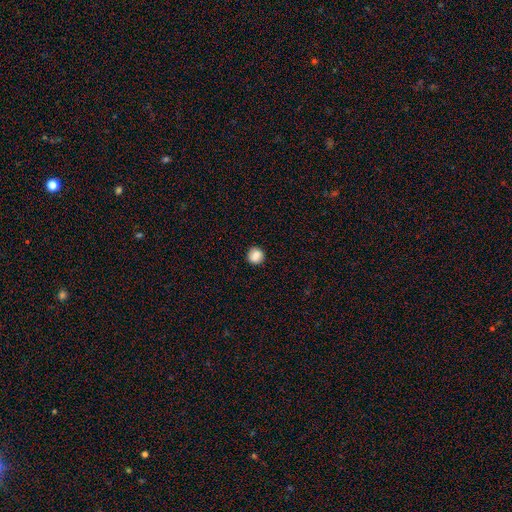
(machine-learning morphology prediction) This is clearly a smooth galaxy (83%). How rounded: clearly round (88%). Merging: clearly none (88%).